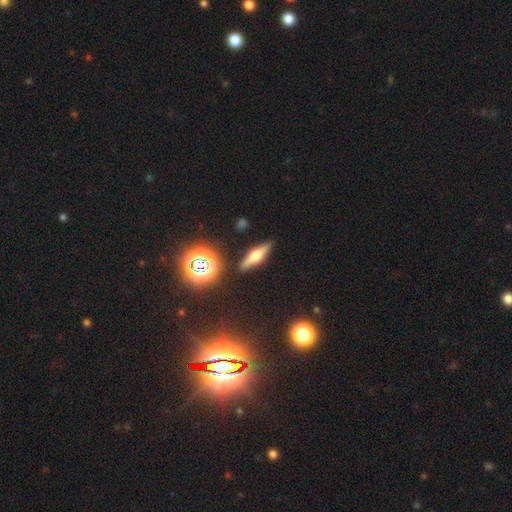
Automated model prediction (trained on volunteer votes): Smooth or featured?
  - featured or disk: 53% *
  - smooth: 34%
  - star or artifact: 13%
Edge-on disk?
  - yes: 92% *
  - no: 8%
Merging?
  - none: 87% *
  - minor disturbance: 8%
  - merger: 2%
  - major disturbance: 2%